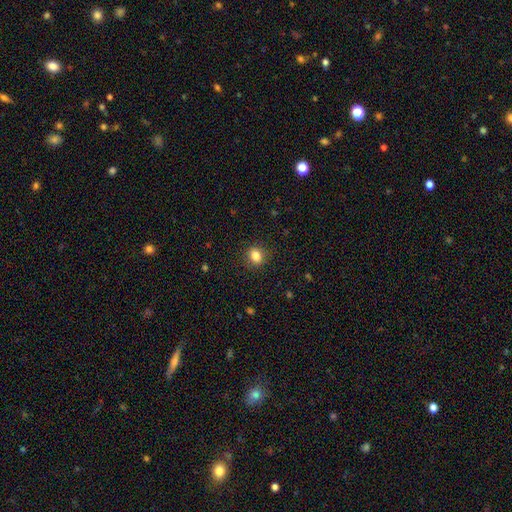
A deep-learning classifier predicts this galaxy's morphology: type=smooth (84%); roundness=round (57%); merging=none (88%).